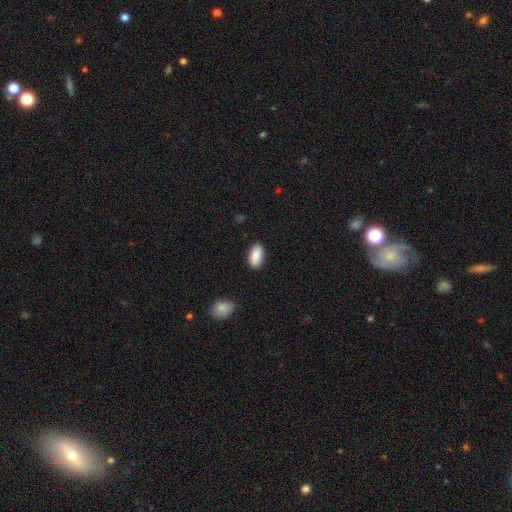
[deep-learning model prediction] Morphology: type=smooth (90%); roundness=in between (92%); merging=none (87%).